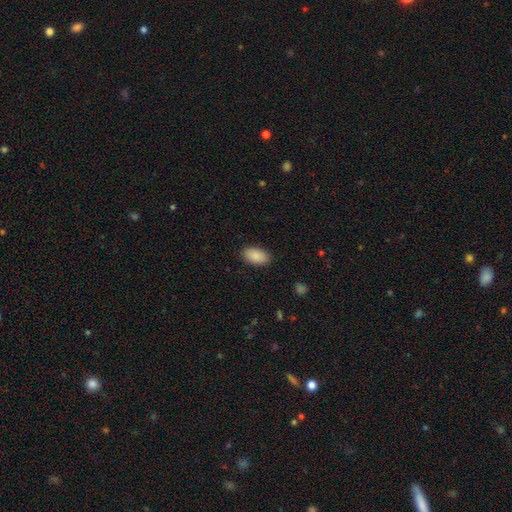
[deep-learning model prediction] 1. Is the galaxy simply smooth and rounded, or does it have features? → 90% smooth, 7% star or artifact, 4% featured or disk.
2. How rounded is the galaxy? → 94% in between, 4% round, 2% cigar-shaped.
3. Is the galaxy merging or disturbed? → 88% none, 9% minor disturbance, 2% major disturbance, 1% merger.